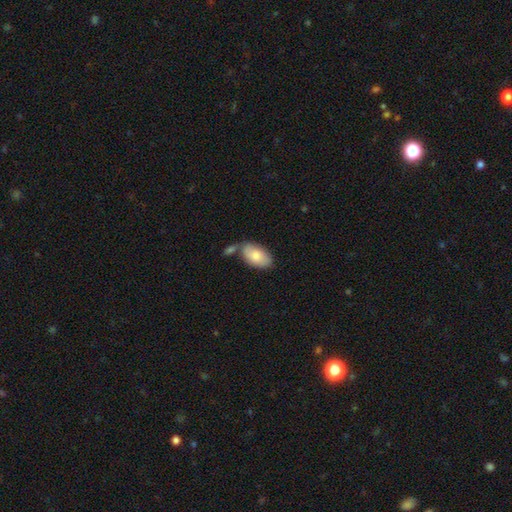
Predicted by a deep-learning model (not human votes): This appears to be a smooth galaxy with no disk features (80%) that is in between round and cigar-shaped (94%). Merging: none (54%).